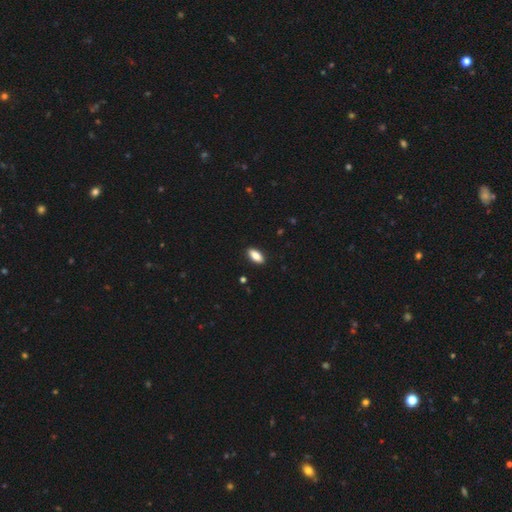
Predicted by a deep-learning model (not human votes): Smooth or featured? Predicted: smooth (p=0.87). How rounded? Predicted: in between (p=0.86). Merging? Predicted: none (p=0.90).